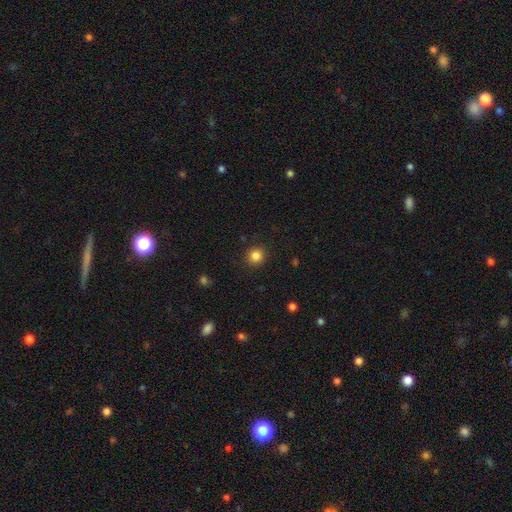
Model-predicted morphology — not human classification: smooth 84%, star or artifact 12%, featured or disk 4%. Down the decision tree: how rounded — round (92%); merging — none (91%).